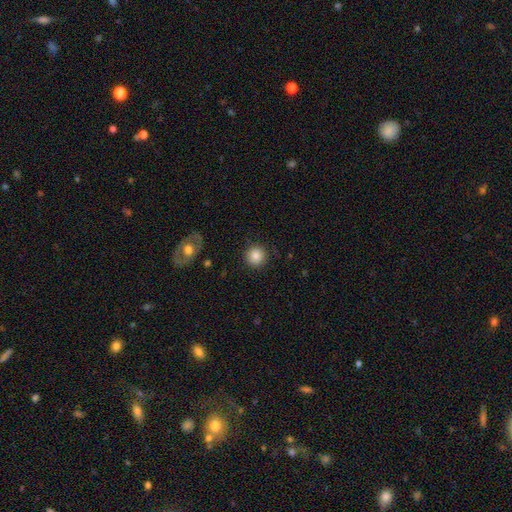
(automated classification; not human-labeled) Overall: smooth (85%). How rounded: round (94%). Merging: none (90%).